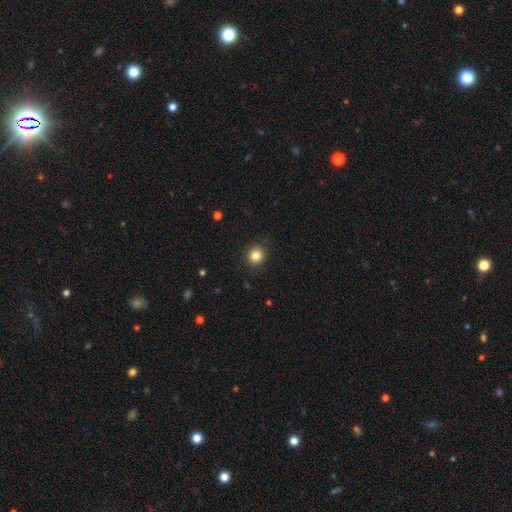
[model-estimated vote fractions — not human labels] Smooth or featured? smooth (84%)
How rounded? round (87%)
Merging? none (89%)